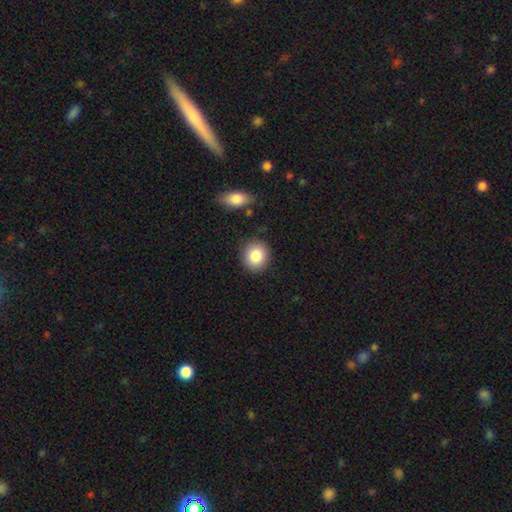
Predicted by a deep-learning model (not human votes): smooth_or_featured: smooth (p=0.85) [alt: star or artifact p=0.08]
how_rounded: round (p=0.79) [alt: in between p=0.20]
merging: none (p=0.87) [alt: minor disturbance p=0.08]